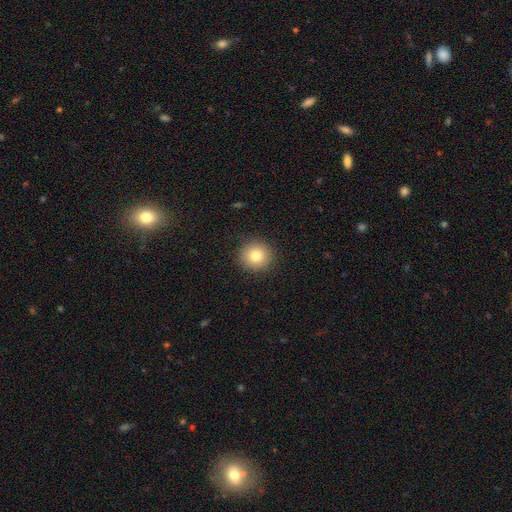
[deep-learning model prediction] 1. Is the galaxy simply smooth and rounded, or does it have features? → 81% smooth, 10% star or artifact, 9% featured or disk.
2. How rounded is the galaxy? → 92% round, 7% in between, 1% cigar-shaped.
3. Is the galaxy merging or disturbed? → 90% none, 7% minor disturbance, 2% major disturbance, 1% merger.